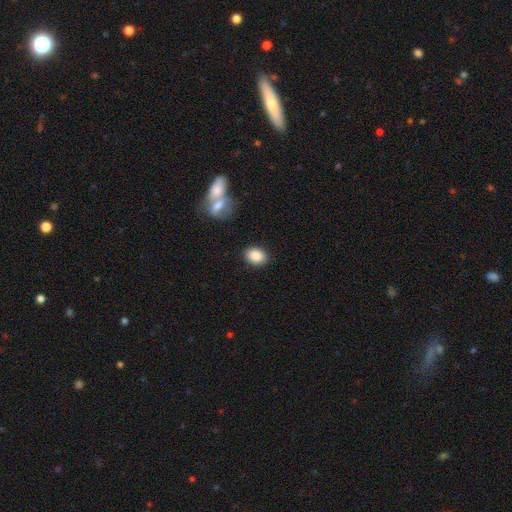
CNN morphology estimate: The model was most divided on "how rounded": in between: 74%, round: 25%, cigar-shaped: 1%. More confident: smooth or featured — smooth (86%); merging — none (86%).